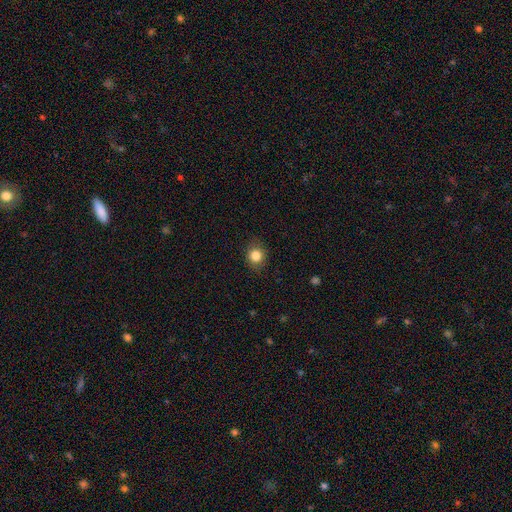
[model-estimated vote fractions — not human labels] A smooth galaxy with no disk features (83%) that is round (79%). Merging: none (86%).